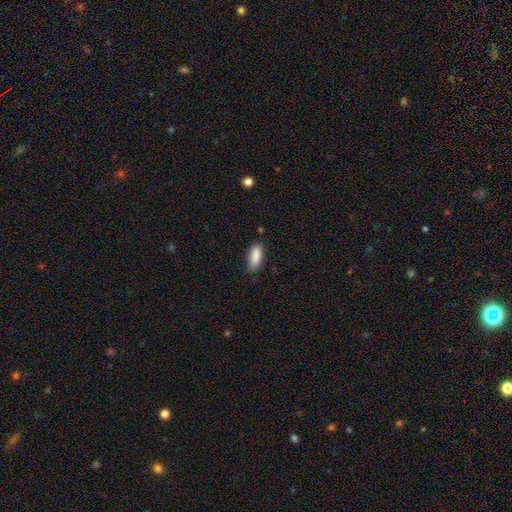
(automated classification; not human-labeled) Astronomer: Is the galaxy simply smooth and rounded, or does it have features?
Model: smooth — 88%.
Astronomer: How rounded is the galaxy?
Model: in between — 72%.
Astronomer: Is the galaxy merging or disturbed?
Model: none — 73%.